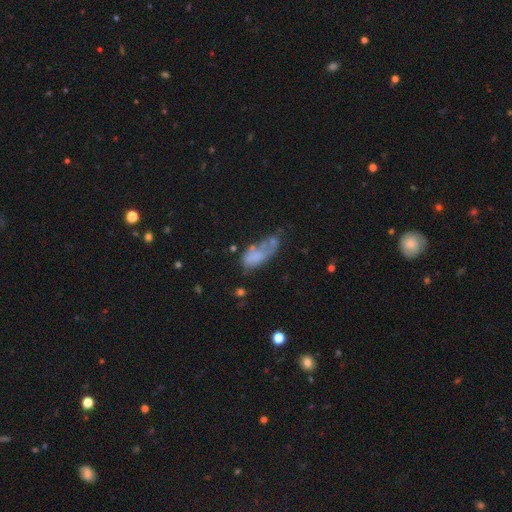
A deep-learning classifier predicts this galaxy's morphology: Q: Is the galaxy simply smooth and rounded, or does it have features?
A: smooth — 54%.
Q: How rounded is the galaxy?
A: in between — 84%.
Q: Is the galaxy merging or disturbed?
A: major disturbance — 31%.